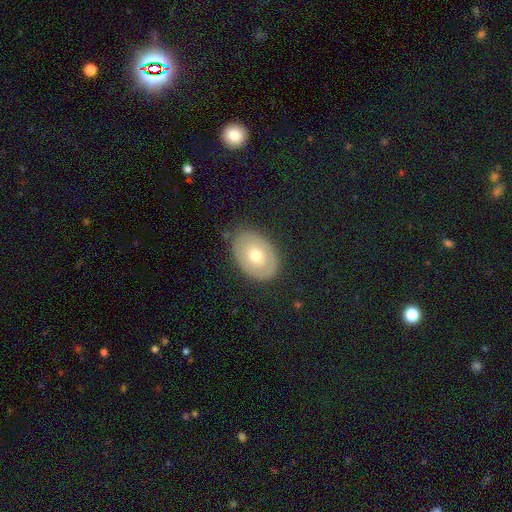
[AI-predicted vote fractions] smooth 55%, featured or disk 37%, star or artifact 8%. Down the decision tree: how rounded — in between (79%); merging — none (81%).